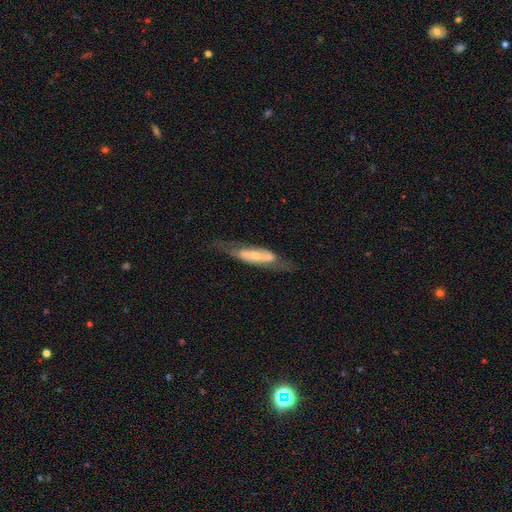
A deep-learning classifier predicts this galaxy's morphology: Smooth or featured? featured or disk (66%)
Edge-on disk? no (66%)
Merging? none (60%)